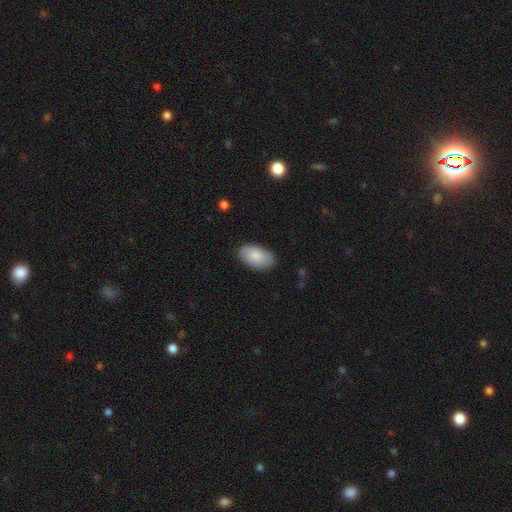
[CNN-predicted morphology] smooth-or-featured: smooth: 81% | featured or disk: 13% | star or artifact: 6%
  how-rounded: in between: 94% | round: 4% | cigar-shaped: 1%
  merging: none: 84% | minor disturbance: 13% | major disturbance: 2% | merger: 1%